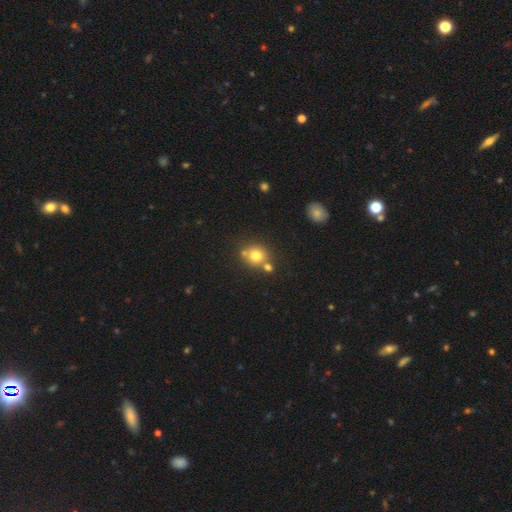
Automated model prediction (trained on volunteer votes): The model was most divided on "merging": none: 64%, merger: 24%, minor disturbance: 10%, major disturbance: 3%. More confident: how rounded — round (84%); smooth or featured — smooth (75%).